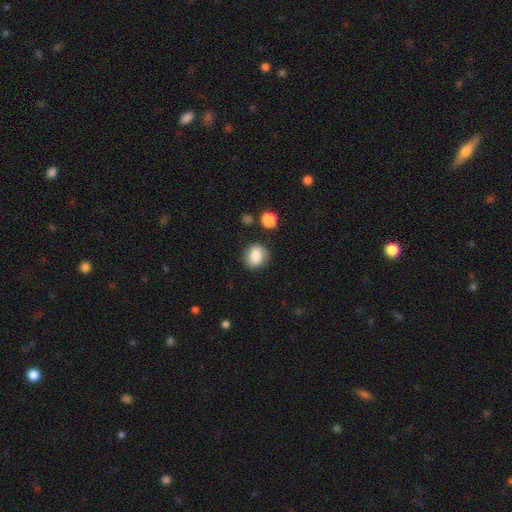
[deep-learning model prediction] Smooth or featured?
  - smooth: 76% *
  - featured or disk: 15%
  - star or artifact: 9%
How rounded?
  - round: 74% *
  - in between: 25%
  - cigar-shaped: 1%
Merging?
  - none: 82% *
  - minor disturbance: 12%
  - major disturbance: 3%
  - merger: 3%